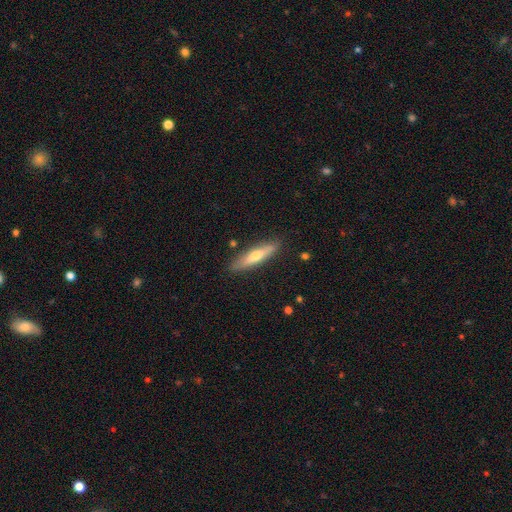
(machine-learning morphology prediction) smooth 49%, featured or disk 45%, star or artifact 6%. Down the decision tree: merging — none (87%).